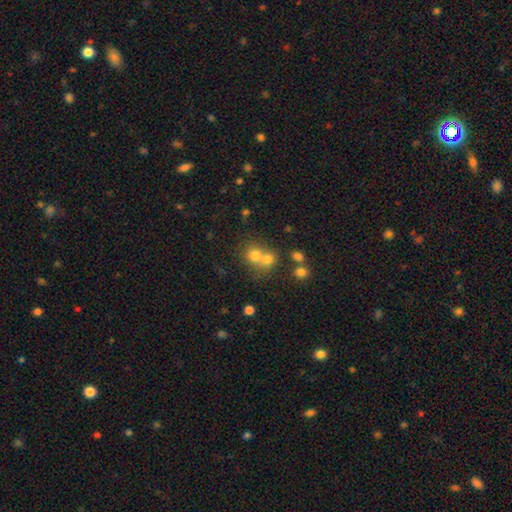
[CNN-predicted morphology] This is likely a smooth galaxy (73%). How rounded: likely round (80%). Merging: possibly merger (56%).